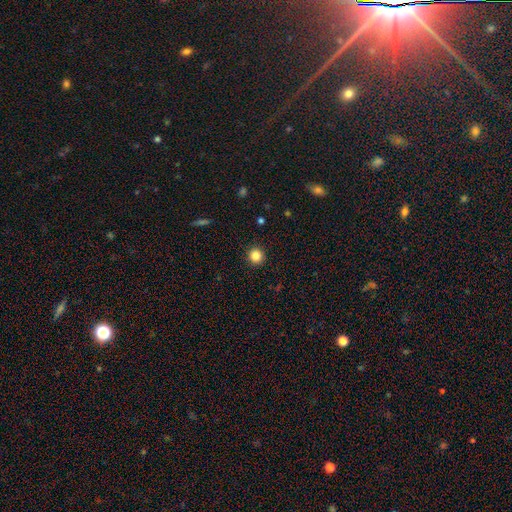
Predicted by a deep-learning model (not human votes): Morphology: type=smooth (84%); roundness=round (94%); merging=none (93%).